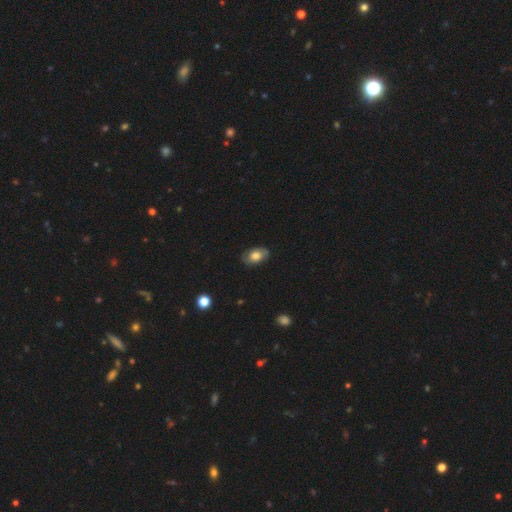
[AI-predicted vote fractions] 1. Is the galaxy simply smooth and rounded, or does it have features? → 67% smooth, 25% featured or disk, 8% star or artifact.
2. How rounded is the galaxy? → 90% in between, 8% round, 2% cigar-shaped.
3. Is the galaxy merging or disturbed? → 80% none, 16% minor disturbance, 3% major disturbance, 1% merger.